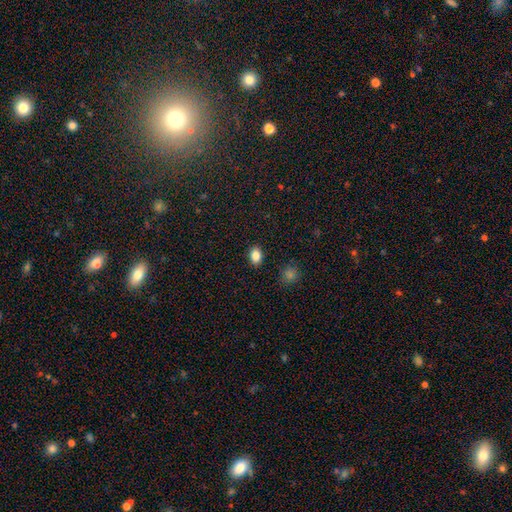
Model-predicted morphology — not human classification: Smooth or featured? Predicted: smooth (p=0.85). How rounded? Predicted: in between (p=0.76). Merging? Predicted: none (p=0.88).